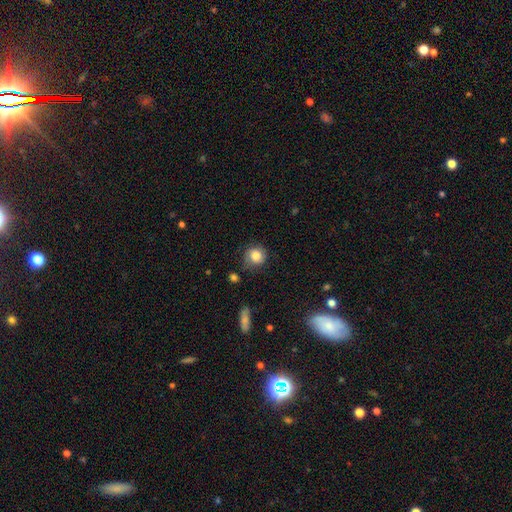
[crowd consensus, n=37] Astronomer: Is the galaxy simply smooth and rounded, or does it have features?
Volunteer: smooth — 86%.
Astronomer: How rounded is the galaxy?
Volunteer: round — 94%.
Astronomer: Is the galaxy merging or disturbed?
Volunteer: none — 59% (runner-up: minor disturbance, 35%).